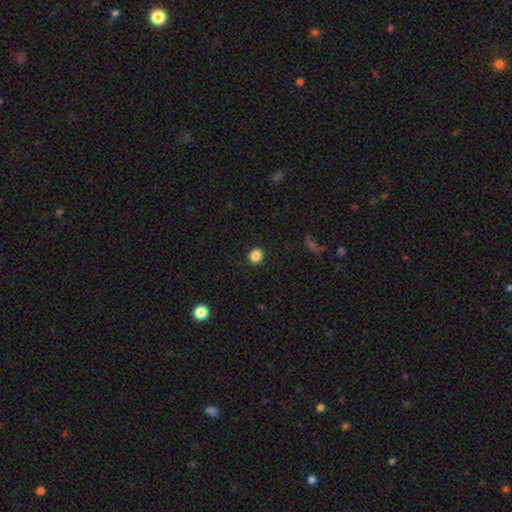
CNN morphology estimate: smooth-or-featured: smooth: 86% | star or artifact: 11% | featured or disk: 3%
  how-rounded: round: 84% | in between: 15% | cigar-shaped: 1%
  merging: none: 91% | minor disturbance: 6% | major disturbance: 2% | merger: 1%